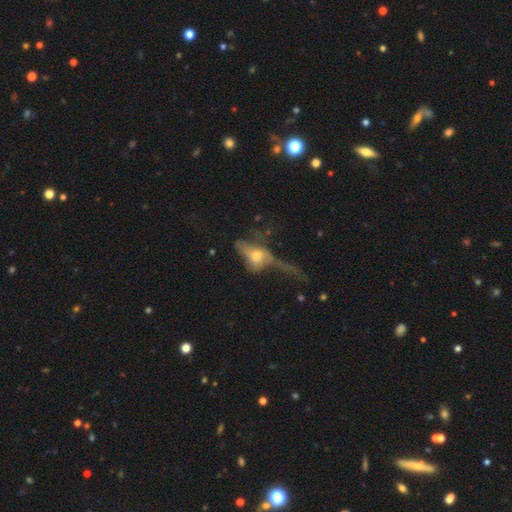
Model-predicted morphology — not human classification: smooth_or_featured: featured or disk (p=0.55) [alt: smooth p=0.31]
disk_edge_on: no (p=0.63) [alt: yes p=0.37]
merging: major disturbance (p=0.58) [alt: none p=0.19]